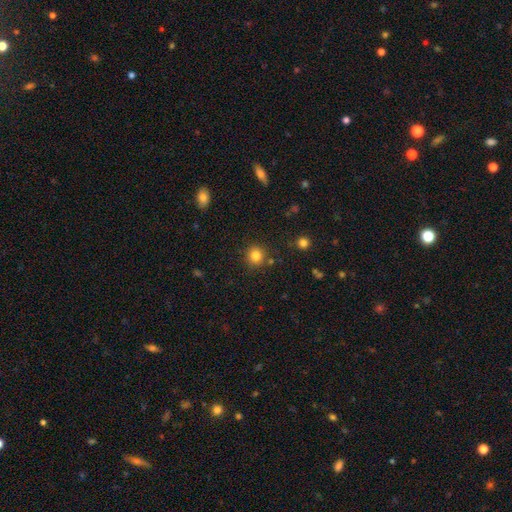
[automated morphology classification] A smooth galaxy with no disk features (83%) that is round (91%). Merging: none (86%).